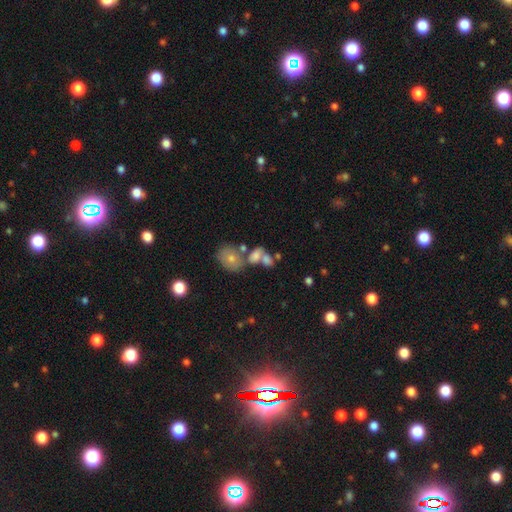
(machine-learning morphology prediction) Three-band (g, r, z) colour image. It shows a smooth galaxy with no disk features (67%) that is in between round and cigar-shaped (76%). Merging: merger (50%).